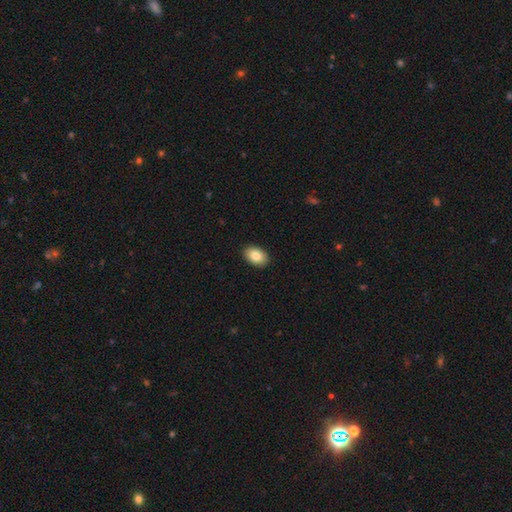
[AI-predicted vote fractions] The model was most divided on "smooth or featured": smooth: 85%, featured or disk: 8%, star or artifact: 7%. More confident: merging — none (91%); how rounded — in between (89%).